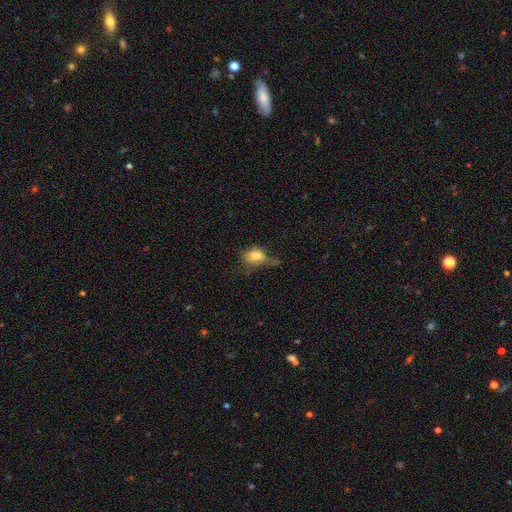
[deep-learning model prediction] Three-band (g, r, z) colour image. It shows a smooth galaxy with no disk features (76%) that is in between round and cigar-shaped (64%). Merging: minor disturbance (33%, tied with none).